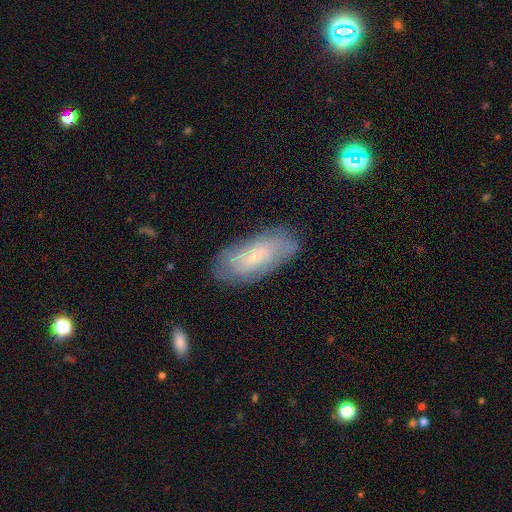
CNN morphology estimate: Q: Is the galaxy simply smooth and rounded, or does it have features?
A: smooth — 50%.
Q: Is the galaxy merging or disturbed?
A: none — 74%.